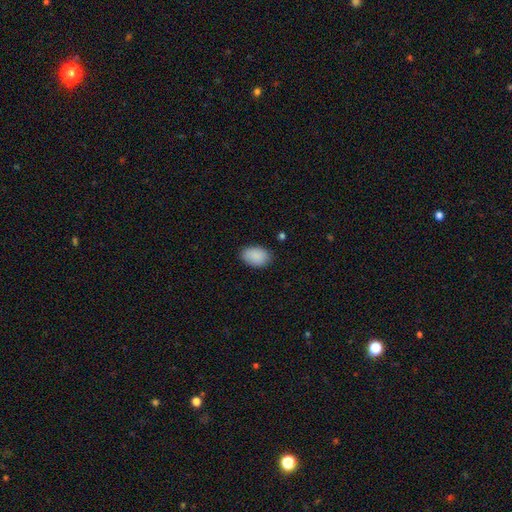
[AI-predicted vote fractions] smooth-or-featured: smooth: 90% | star or artifact: 6% | featured or disk: 4%
  how-rounded: in between: 88% | round: 11% | cigar-shaped: 1%
  merging: none: 85% | minor disturbance: 12% | major disturbance: 2% | merger: 1%